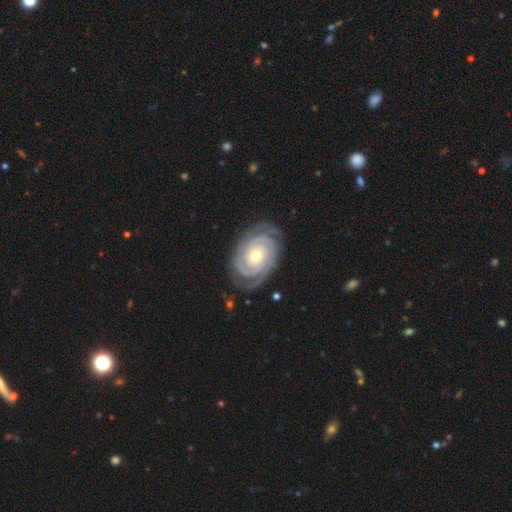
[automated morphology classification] A featured or disk galaxy (92%) with no bar (76%), 2 (52%) tight (84%) spiral arms (98%) and a moderate central bulge (55%).

Vote fractions:
- Smooth or featured? featured or disk: 92% / smooth: 5% / star or artifact: 4%
- Edge-on disk? no: 97% / yes: 3%
- Bar? no: 76% / weak: 17% / strong: 7%
- Spiral arms? yes: 98% / no: 2%
- Spiral winding? tight: 84% / medium: 13% / loose: 2%
- Spiral arm count? 2: 52% / 3: 20% / can't tell: 12% / 4: 7% / more than 4: 5% / 1: 5%
- Bulge size? moderate: 55% / small: 41% / large: 2% / none: 1% / dominant: 1%
- Merging? none: 81% / minor disturbance: 14% / major disturbance: 4% / merger: 1%